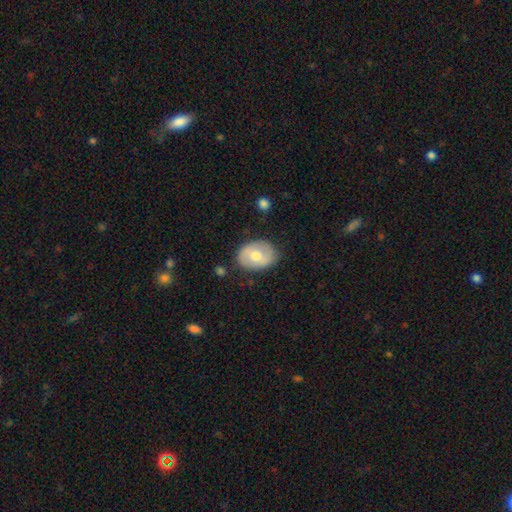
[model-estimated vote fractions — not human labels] This appears to be a smooth galaxy with no disk features (56%) that is in between round and cigar-shaped (75%). Merging: none (81%).